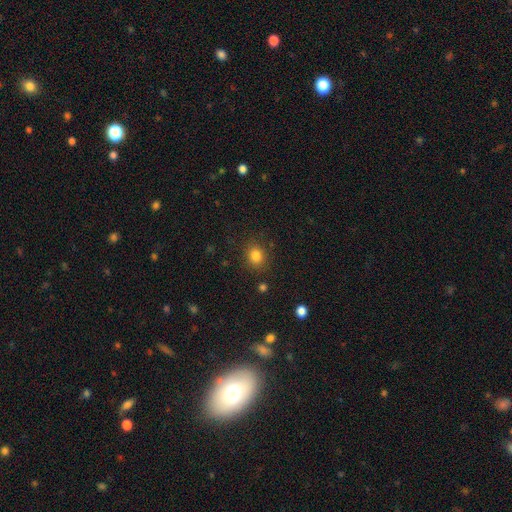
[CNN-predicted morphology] Smooth or featured? smooth (83%)
How rounded? round (73%)
Merging? none (86%)